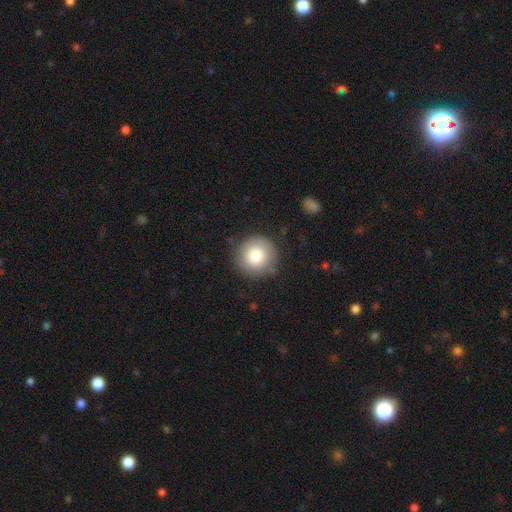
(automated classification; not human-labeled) smooth 81%, featured or disk 11%, star or artifact 8%. Down the decision tree: how rounded — round (96%); merging — none (85%).